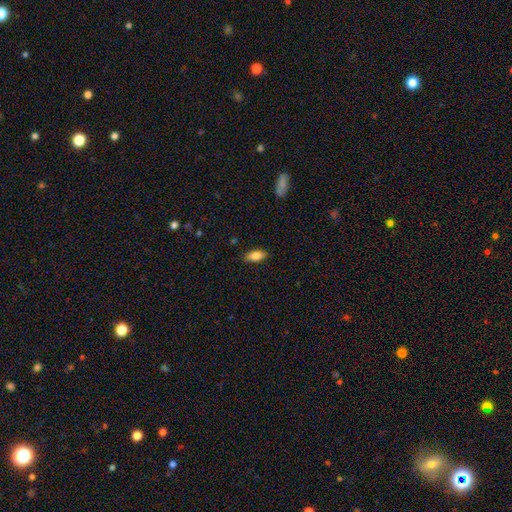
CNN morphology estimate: type=smooth (83%); roundness=in between (87%); merging=none (86%).